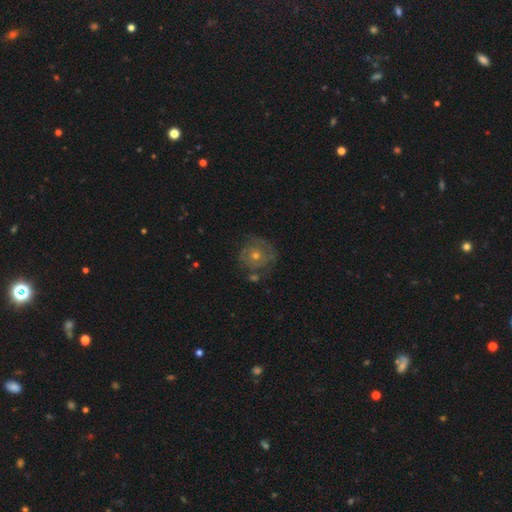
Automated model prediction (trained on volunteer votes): Morphology: type=featured or disk (61%); edge-on=no (97%); bar=no (85%); spiral arms=yes (67%); bulge=moderate (57%); merging=none (74%).